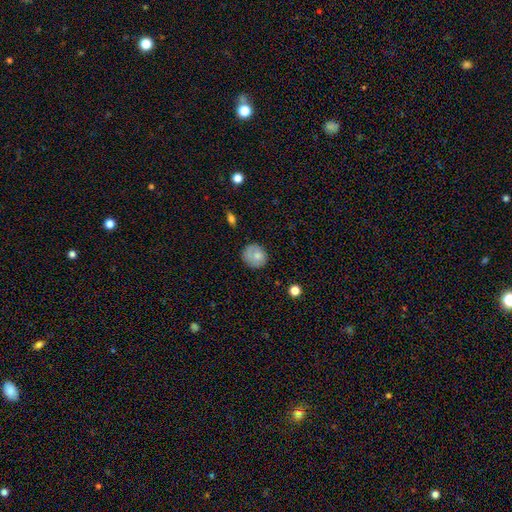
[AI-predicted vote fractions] smooth-or-featured: smooth: 77% | featured or disk: 16% | star or artifact: 8%
  how-rounded: round: 83% | in between: 16% | cigar-shaped: 1%
  merging: none: 78% | minor disturbance: 17% | major disturbance: 4% | merger: 1%